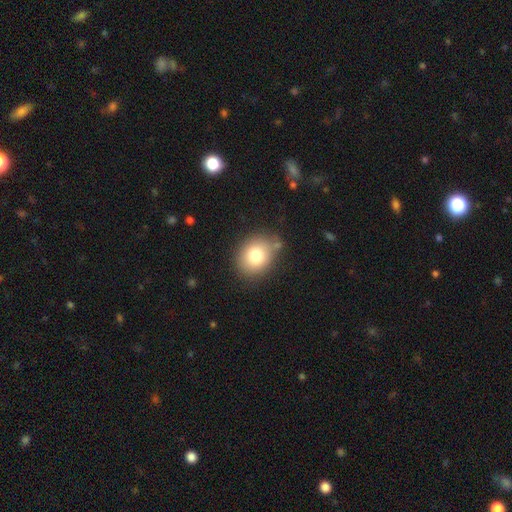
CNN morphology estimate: A smooth galaxy with no disk features (79%) that is round (54%). Merging: none (78%).